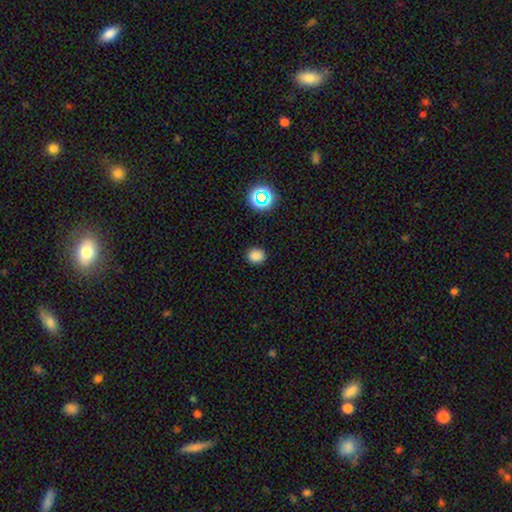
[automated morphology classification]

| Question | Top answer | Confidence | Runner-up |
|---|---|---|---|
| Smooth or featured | smooth | 81% | star or artifact (15%) |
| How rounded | round | 73% | in between (26%) |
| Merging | none | 89% | minor disturbance (8%) |